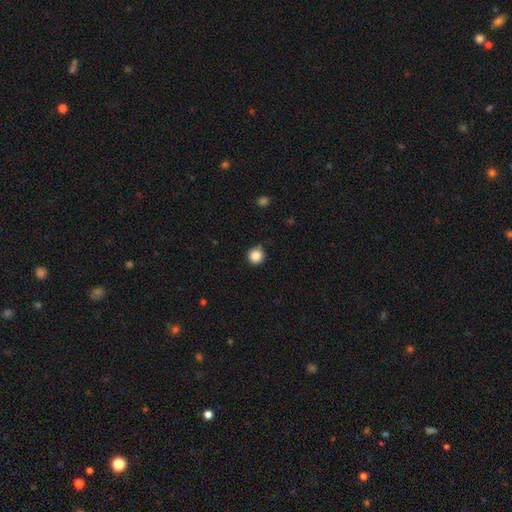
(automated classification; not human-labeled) Smooth or featured?
  - smooth: 85% *
  - star or artifact: 11%
  - featured or disk: 4%
How rounded?
  - round: 94% *
  - in between: 5%
  - cigar-shaped: 1%
Merging?
  - none: 86% *
  - minor disturbance: 11%
  - major disturbance: 2%
  - merger: 2%